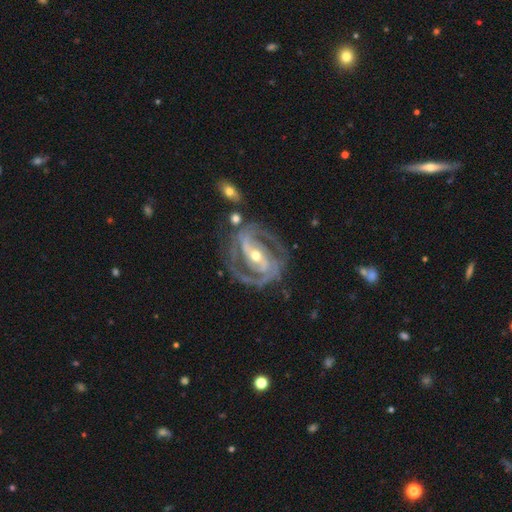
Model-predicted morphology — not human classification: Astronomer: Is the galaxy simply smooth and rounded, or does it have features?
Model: featured or disk — 92%.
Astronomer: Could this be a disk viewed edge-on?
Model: no — 96%.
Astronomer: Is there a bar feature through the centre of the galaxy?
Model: strong — 66%.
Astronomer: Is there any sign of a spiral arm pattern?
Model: yes — 97%.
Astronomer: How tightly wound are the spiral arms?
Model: tight — 48% (runner-up: medium, 44%).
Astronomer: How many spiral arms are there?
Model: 2 — 81%.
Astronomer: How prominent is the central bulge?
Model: moderate — 51% (runner-up: small, 45%).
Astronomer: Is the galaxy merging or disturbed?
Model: none — 71%.